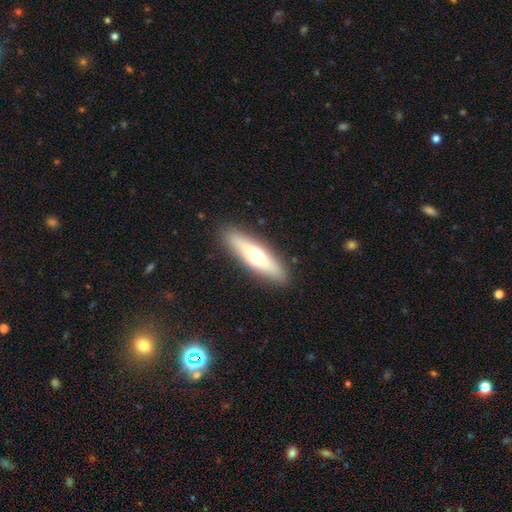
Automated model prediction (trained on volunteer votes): smooth_or_featured: smooth (p=0.57) [alt: featured or disk p=0.37]
how_rounded: cigar-shaped (p=0.68) [alt: in between p=0.30]
merging: none (p=0.89) [alt: minor disturbance p=0.08]